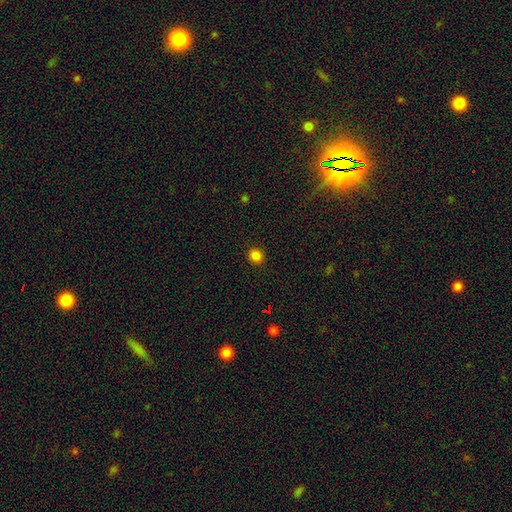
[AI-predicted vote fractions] smooth 83%, star or artifact 14%, featured or disk 4%. Down the decision tree: how rounded — round (83%); merging — none (91%).